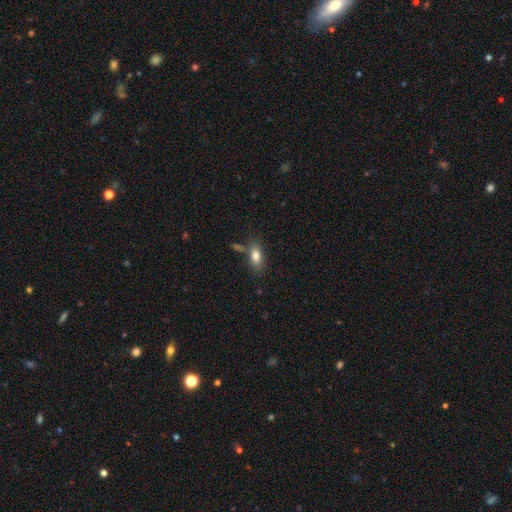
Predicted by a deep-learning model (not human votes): A smooth galaxy with no disk features (82%) that is in between round and cigar-shaped (85%).

Vote fractions:
- Smooth or featured? smooth: 82% / featured or disk: 10% / star or artifact: 9%
- How rounded? in between: 85% / cigar-shaped: 9% / round: 6%
- Merging? none: 63% / minor disturbance: 17% / merger: 13% / major disturbance: 6%